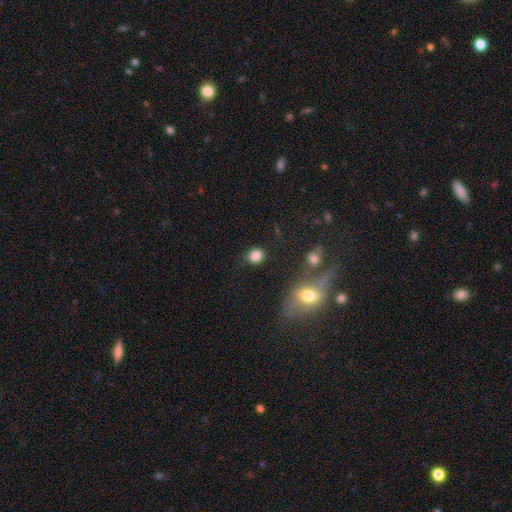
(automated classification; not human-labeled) smooth_or_featured: smooth (p=0.84) [alt: star or artifact p=0.11]
how_rounded: round (p=0.62) [alt: in between p=0.37]
merging: none (p=0.79) [alt: minor disturbance p=0.12]